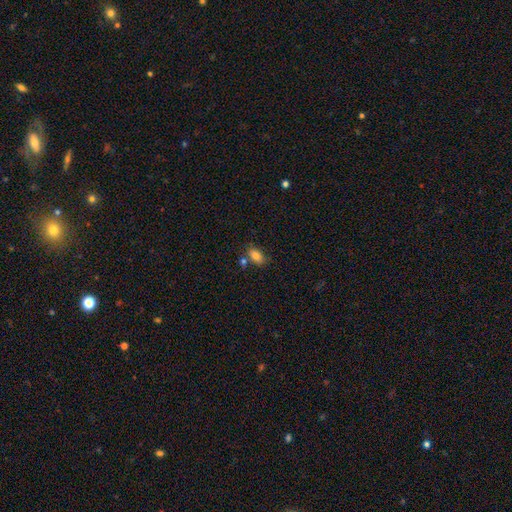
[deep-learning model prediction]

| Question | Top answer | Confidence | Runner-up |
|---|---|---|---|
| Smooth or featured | smooth | 82% | featured or disk (9%) |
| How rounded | in between | 89% | round (8%) |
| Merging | none | 66% | merger (17%) |